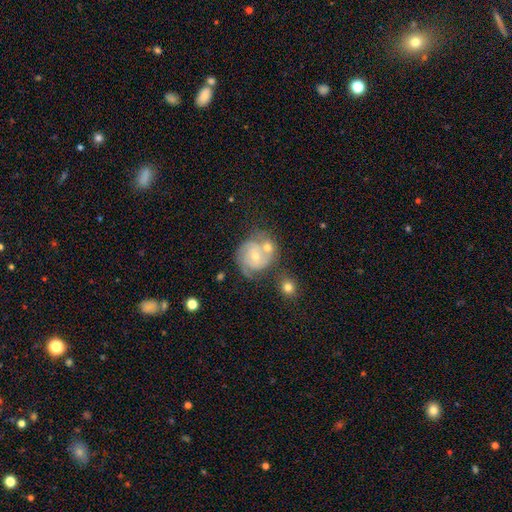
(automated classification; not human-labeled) The model was most divided on "bulge size": small: 54%, moderate: 41%, none: 2%, large: 2%, dominant: 1%. Remaining: edge-on disk — no (98%); spiral arms — yes (92%); smooth or featured — featured or disk (75%); bar — no (64%); spiral winding — tight (53%); spiral arm count — 2 (50%); merging — none (46%).